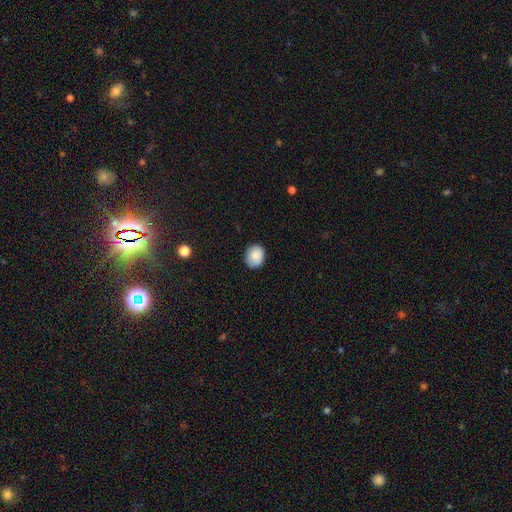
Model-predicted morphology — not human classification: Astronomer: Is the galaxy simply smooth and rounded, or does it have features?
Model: smooth — 86%.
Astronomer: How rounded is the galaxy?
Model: round — 62% (runner-up: in between, 37%).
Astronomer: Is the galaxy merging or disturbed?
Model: none — 85%.